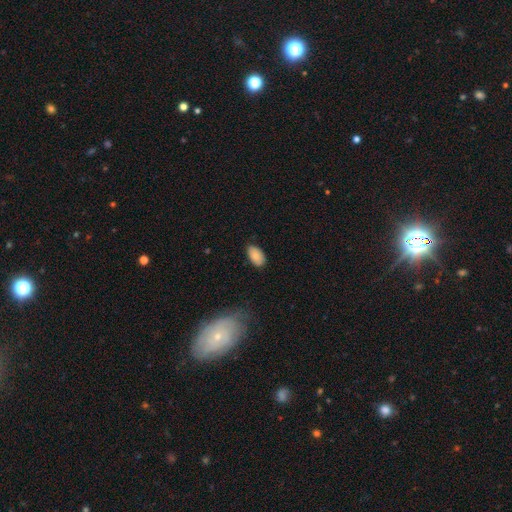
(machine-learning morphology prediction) Smooth or featured? smooth (86%)
How rounded? in between (94%)
Merging? none (83%)